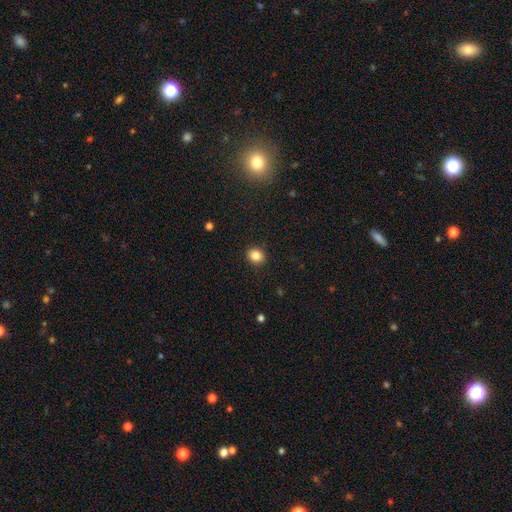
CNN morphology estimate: smooth 84%, star or artifact 10%, featured or disk 5%. Down the decision tree: how rounded — round (70%); merging — none (91%).